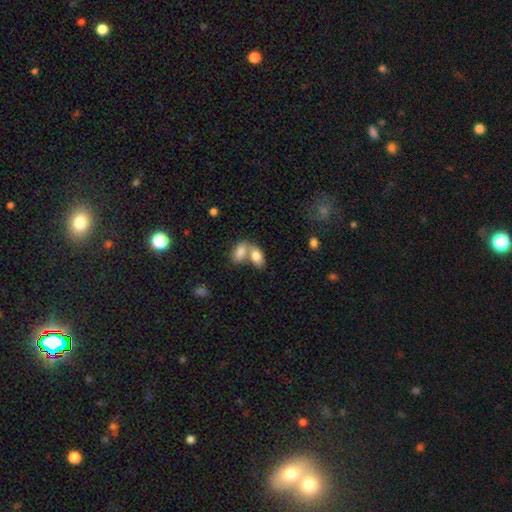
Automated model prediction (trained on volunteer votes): smooth 82%, featured or disk 11%, star or artifact 7%. Down the decision tree: how rounded — in between (91%); merging — merger (64%).